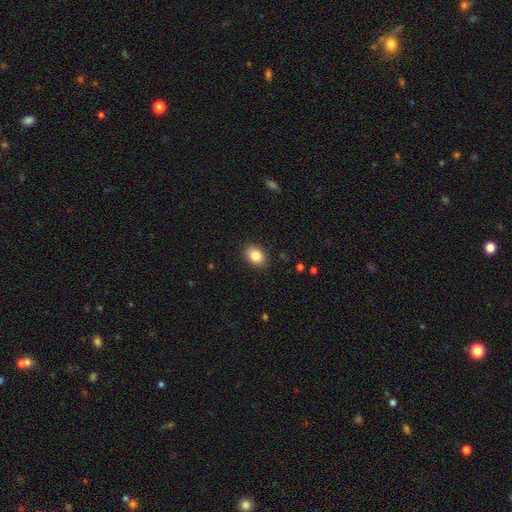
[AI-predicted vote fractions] Morphology: type=smooth (84%); roundness=in between (72%); merging=none (88%).